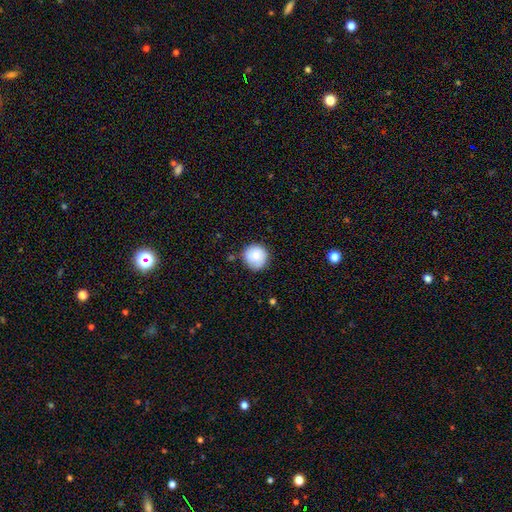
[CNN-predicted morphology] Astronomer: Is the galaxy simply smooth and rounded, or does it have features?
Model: smooth — 85%.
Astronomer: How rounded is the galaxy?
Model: round — 94%.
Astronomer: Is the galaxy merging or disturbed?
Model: none — 81%.